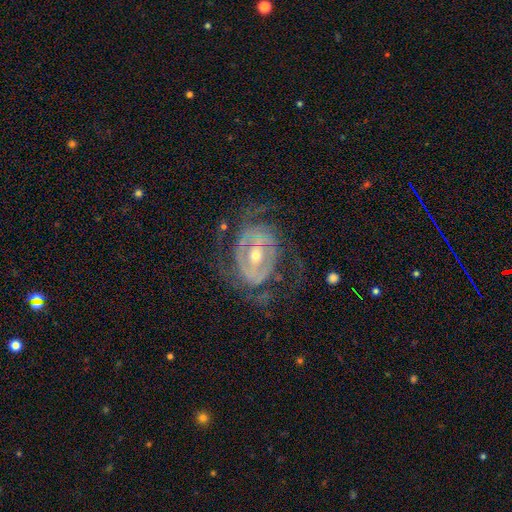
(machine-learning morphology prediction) A featured or disk galaxy (86%) with a weak bar (38%), 2 (43%) tight (51%) spiral arms (83%) and a small central bulge (49%).

Vote fractions:
- Smooth or featured? featured or disk: 86% / smooth: 8% / star or artifact: 5%
- Edge-on disk? no: 96% / yes: 4%
- Bar? weak: 38% / no: 33% / strong: 29%
- Spiral arms? yes: 83% / no: 17%
- Spiral winding? tight: 51% / medium: 34% / loose: 15%
- Spiral arm count? 2: 43% / can't tell: 29% / 3: 13% / 1: 6% / 4: 5% / more than 4: 4%
- Bulge size? small: 49% / moderate: 47% / large: 2% / none: 1% / dominant: 1%
- Merging? none: 58% / major disturbance: 22% / minor disturbance: 18% / merger: 2%